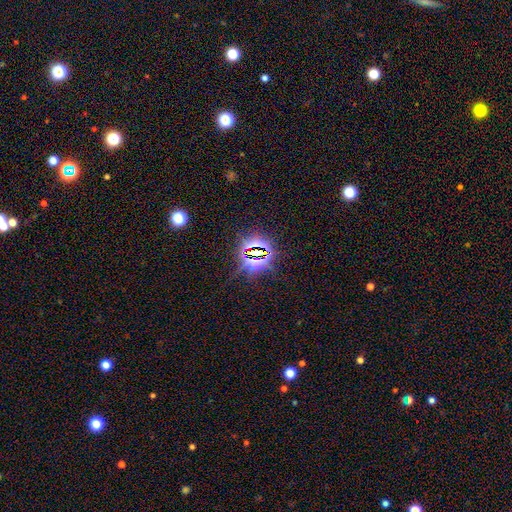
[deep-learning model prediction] The model was most divided on "smooth or featured": star or artifact: 82%, smooth: 11%, featured or disk: 8%.